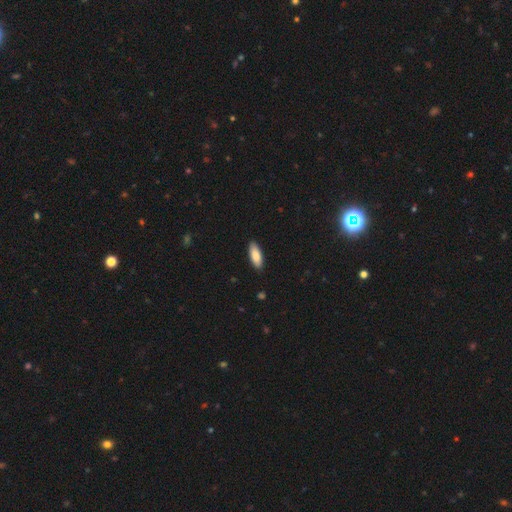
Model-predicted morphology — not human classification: Smooth or featured?
  - smooth: 84% *
  - featured or disk: 10%
  - star or artifact: 6%
How rounded?
  - in between: 74% *
  - cigar-shaped: 24%
  - round: 2%
Merging?
  - none: 90% *
  - minor disturbance: 8%
  - major disturbance: 2%
  - merger: 1%